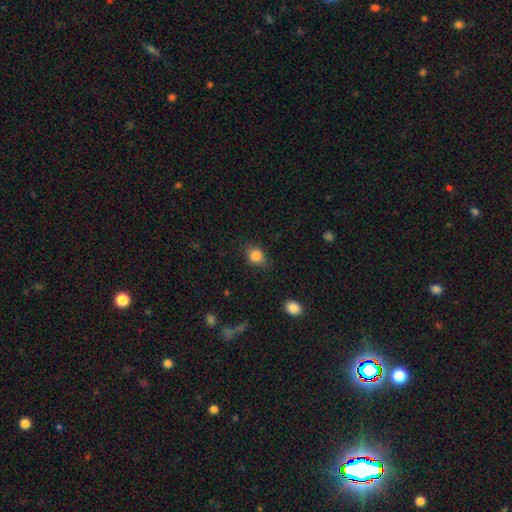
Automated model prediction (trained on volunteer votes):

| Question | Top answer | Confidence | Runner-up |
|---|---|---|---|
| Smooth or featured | smooth | 84% | star or artifact (10%) |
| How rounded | round | 59% | in between (40%) |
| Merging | none | 78% | minor disturbance (16%) |